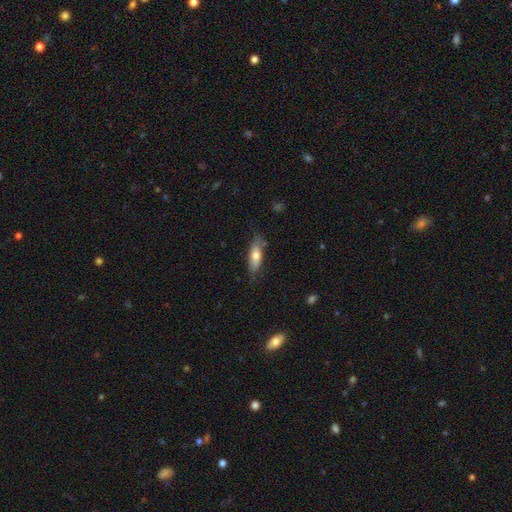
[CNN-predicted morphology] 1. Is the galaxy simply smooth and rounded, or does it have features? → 67% smooth, 26% featured or disk, 6% star or artifact.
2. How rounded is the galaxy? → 60% in between, 38% cigar-shaped, 2% round.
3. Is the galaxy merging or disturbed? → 73% none, 21% minor disturbance, 4% major disturbance, 2% merger.